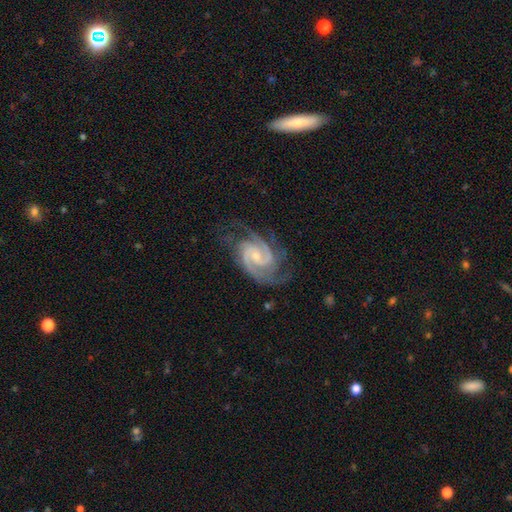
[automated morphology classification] type=featured or disk (92%); edge-on=no (98%); bar=weak (47%); spiral arms=yes (99%); winding=tight (48%); arm count=2 (77%); bulge=small (65%); merging=none (72%).